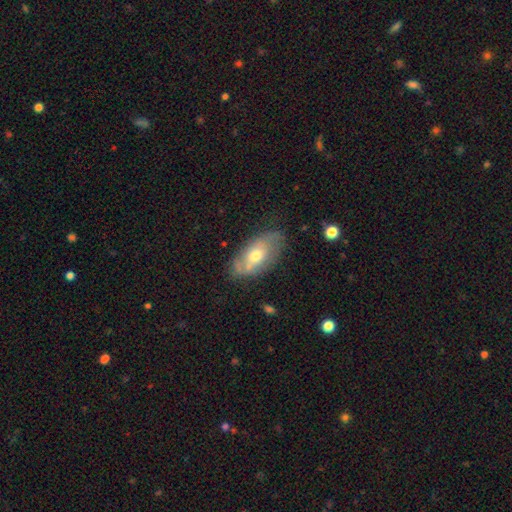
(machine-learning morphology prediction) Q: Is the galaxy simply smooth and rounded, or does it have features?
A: smooth — 48%.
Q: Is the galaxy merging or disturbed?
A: none — 63%.